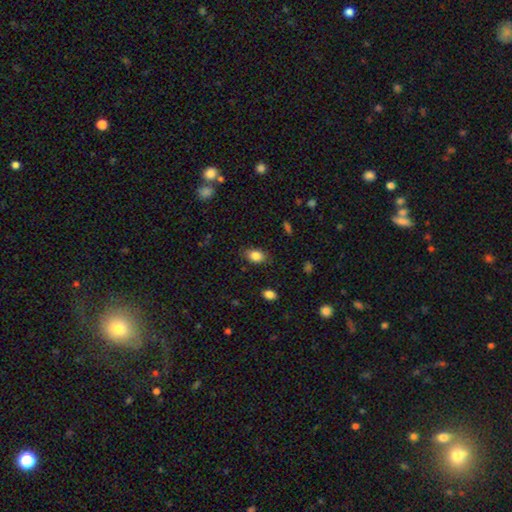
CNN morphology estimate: Q: Smooth or featured?
A: smooth (85%); runner-up: star or artifact (9%)
Q: How rounded?
A: in between (81%); runner-up: round (17%)
Q: Merging?
A: none (81%); runner-up: minor disturbance (14%)